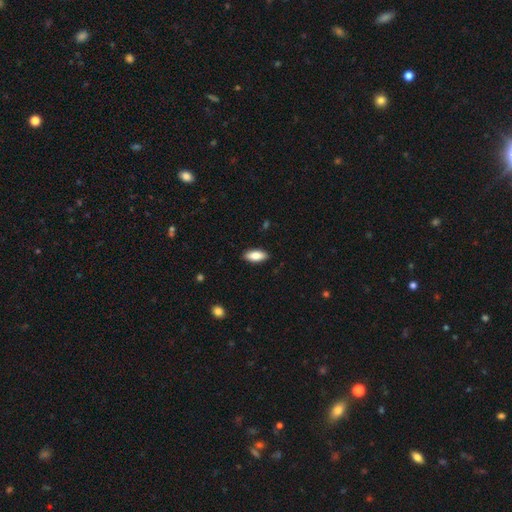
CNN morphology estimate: Smooth or featured: smooth — 84% (featured or disk — 10%)
How rounded: in between — 84% (cigar-shaped — 14%)
Merging: none — 89% (minor disturbance — 8%)